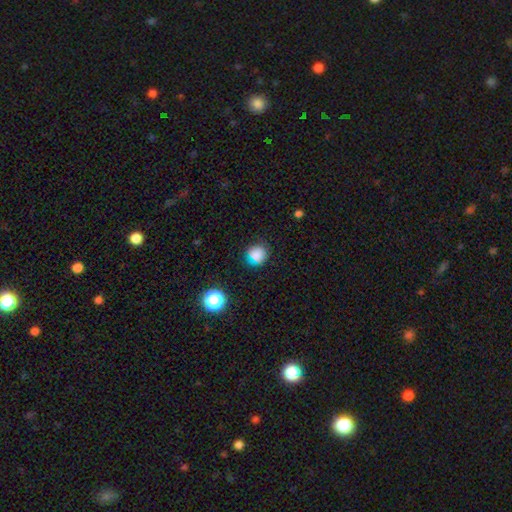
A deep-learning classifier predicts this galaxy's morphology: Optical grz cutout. It shows a smooth galaxy with no disk features (81%) that is round (83%). Merging: none (79%).